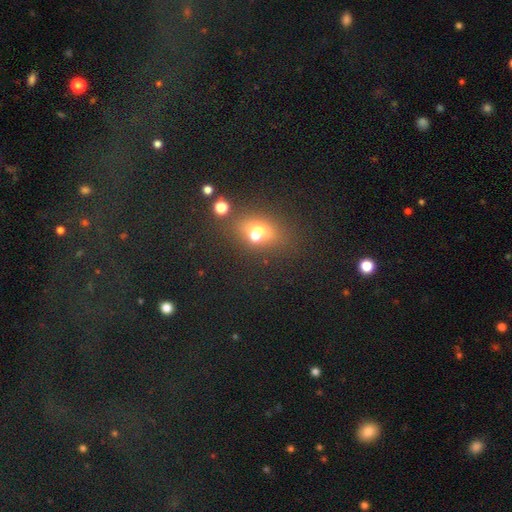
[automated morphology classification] A smooth galaxy with no disk features (53%) that is in between round and cigar-shaped (62%).

Vote fractions:
- Smooth or featured? smooth: 53% / star or artifact: 35% / featured or disk: 13%
- How rounded? in between: 62% / round: 32% / cigar-shaped: 6%
- Merging? none: 79% / minor disturbance: 10% / major disturbance: 7% / merger: 5%